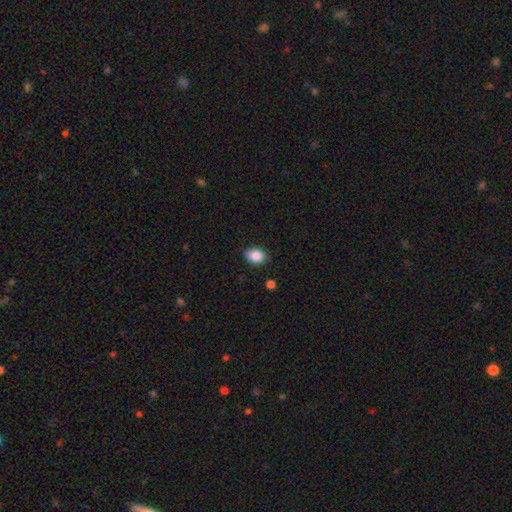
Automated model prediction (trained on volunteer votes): The model was most divided on "how rounded": in between: 68%, round: 31%, cigar-shaped: 1%. More confident: smooth or featured — smooth (87%); merging — none (83%).